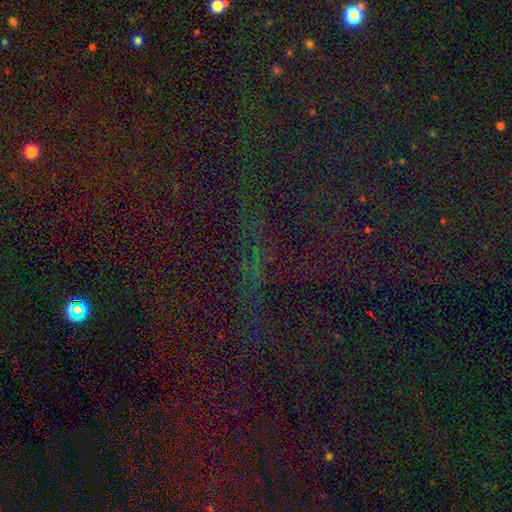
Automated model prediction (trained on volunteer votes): A star or artifact, not a galaxy (81%).